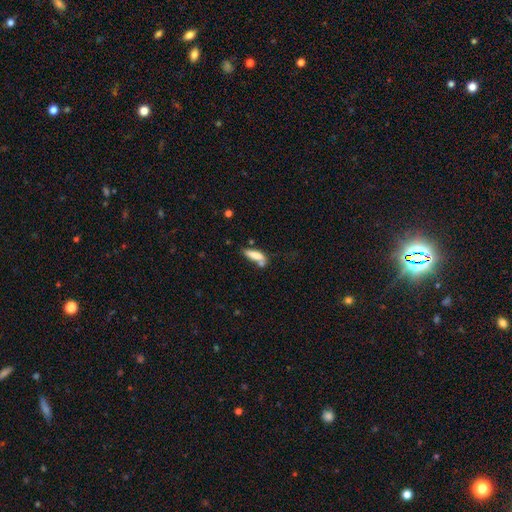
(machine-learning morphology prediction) type=smooth (77%); roundness=in between (51%); merging=none (42%).